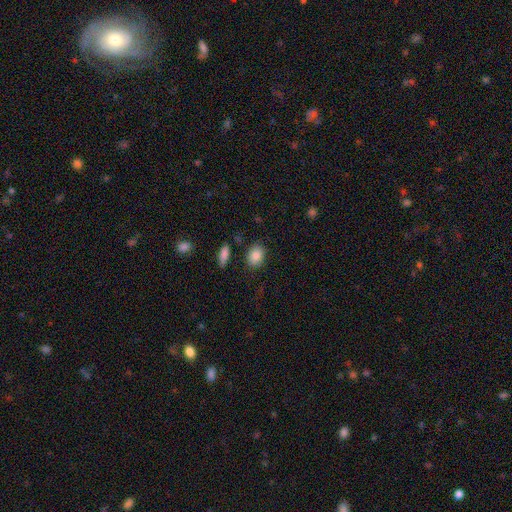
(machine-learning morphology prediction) smooth_or_featured: smooth (p=0.87) [alt: star or artifact p=0.08]
how_rounded: in between (p=0.70) [alt: round p=0.29]
merging: none (p=0.83) [alt: minor disturbance p=0.11]